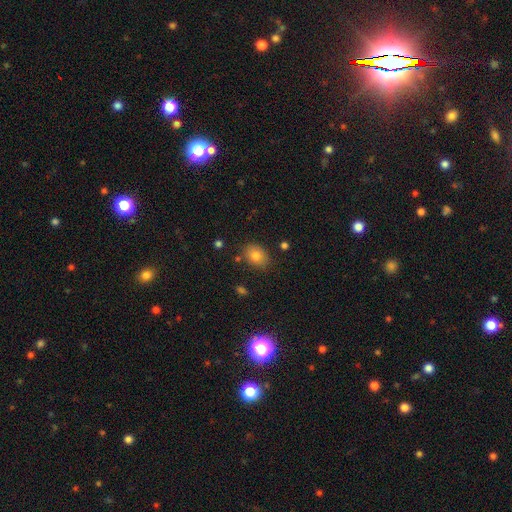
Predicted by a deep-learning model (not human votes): Smooth or featured?
  - smooth: 80% *
  - star or artifact: 10%
  - featured or disk: 9%
How rounded?
  - in between: 66% *
  - round: 33%
  - cigar-shaped: 1%
Merging?
  - none: 80% *
  - minor disturbance: 14%
  - major disturbance: 3%
  - merger: 3%